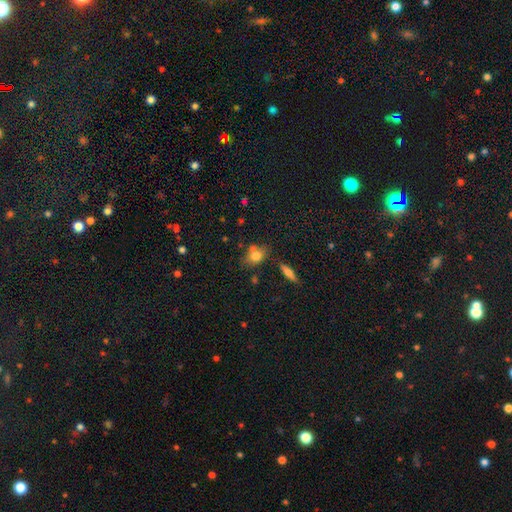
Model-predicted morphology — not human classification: This is likely a smooth galaxy (75%). How rounded: likely in between (68%). Merging: possibly none (54%).